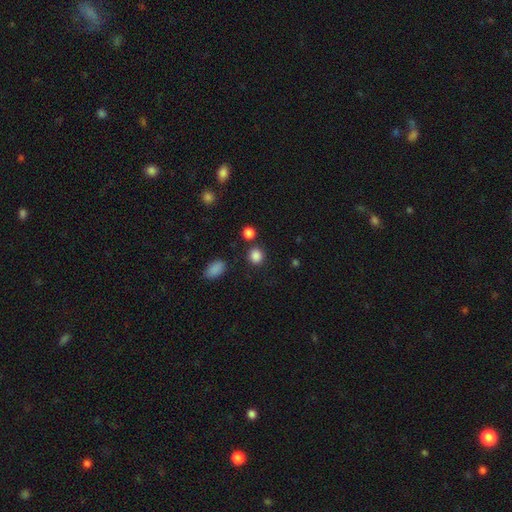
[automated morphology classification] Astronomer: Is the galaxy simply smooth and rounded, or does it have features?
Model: smooth — 86%.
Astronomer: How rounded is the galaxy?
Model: round — 81%.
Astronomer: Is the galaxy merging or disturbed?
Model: none — 83%.